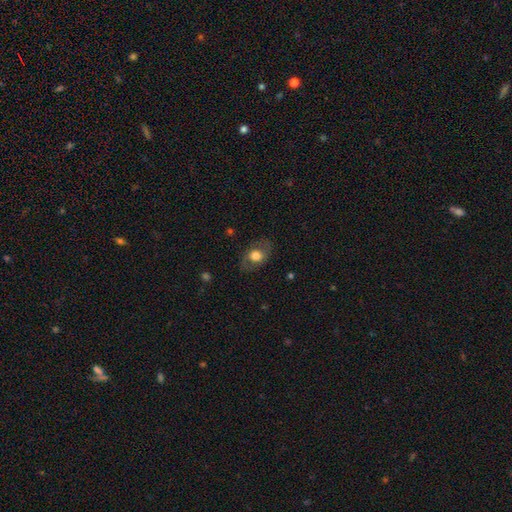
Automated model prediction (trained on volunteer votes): Morphology: type=smooth (53%); roundness=in between (62%); merging=none (75%).